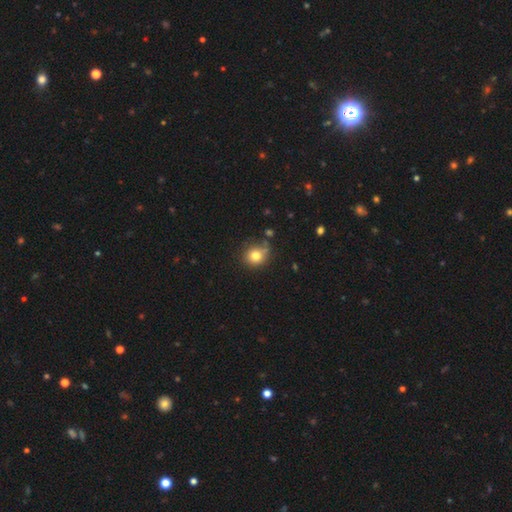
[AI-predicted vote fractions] smooth-or-featured: smooth: 79% | star or artifact: 12% | featured or disk: 9%
  how-rounded: round: 82% | in between: 17% | cigar-shaped: 1%
  merging: none: 73% | minor disturbance: 17% | merger: 6% | major disturbance: 5%